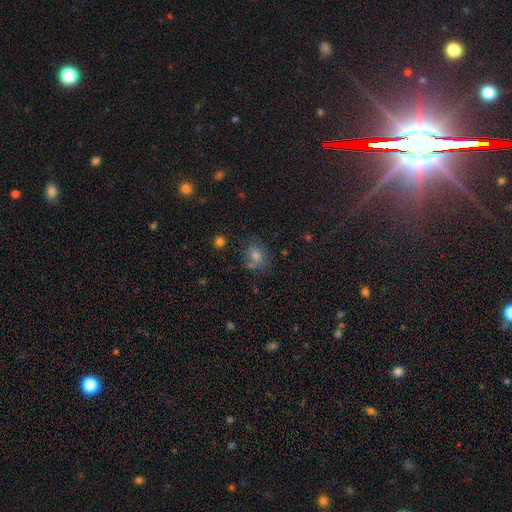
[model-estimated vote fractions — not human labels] This appears to be a smooth galaxy with no disk features (59%) that is round (55%). Merging: none (69%).